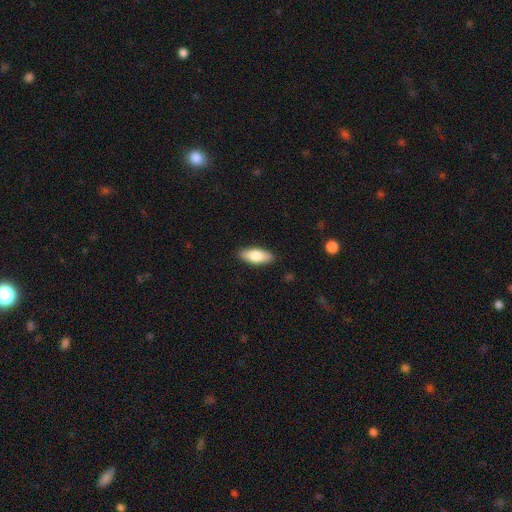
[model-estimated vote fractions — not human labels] The model was most divided on "smooth or featured": smooth: 77%, featured or disk: 17%, star or artifact: 6%. More confident: merging — none (89%); how rounded — in between (80%).